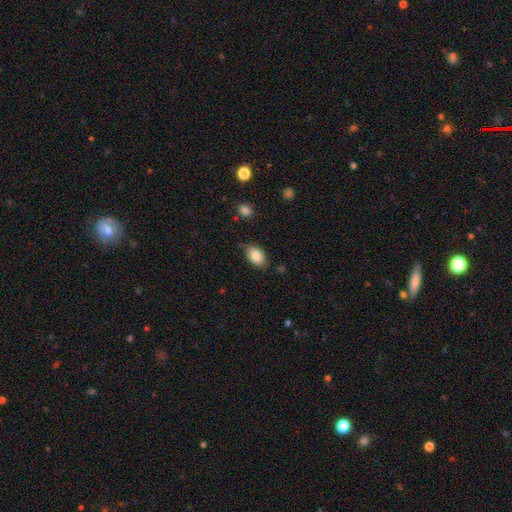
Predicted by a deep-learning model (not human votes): smooth_or_featured: smooth (p=0.84) [alt: featured or disk p=0.08]
how_rounded: in between (p=0.88) [alt: round p=0.11]
merging: none (p=0.80) [alt: minor disturbance p=0.15]